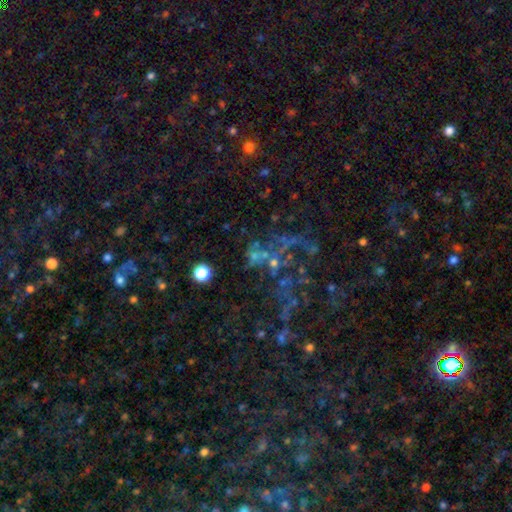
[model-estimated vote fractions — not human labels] Morphology: type=star or artifact (47%).